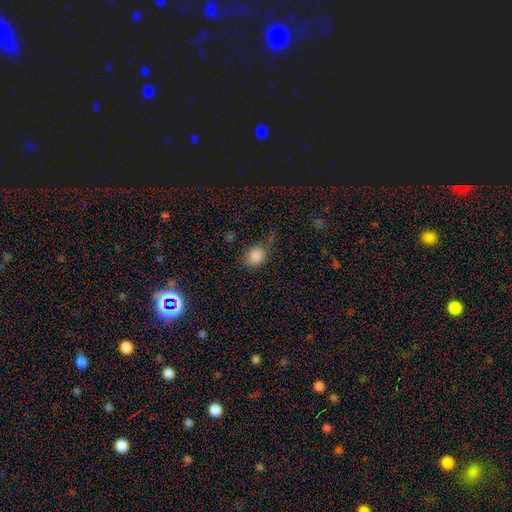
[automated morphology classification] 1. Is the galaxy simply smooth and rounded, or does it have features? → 86% smooth, 10% star or artifact, 5% featured or disk.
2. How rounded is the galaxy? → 58% in between, 41% round, 1% cigar-shaped.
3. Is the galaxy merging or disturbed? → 62% none, 23% minor disturbance, 9% major disturbance, 5% merger.